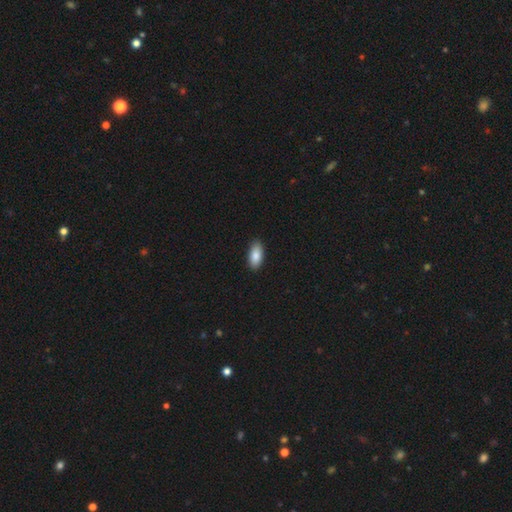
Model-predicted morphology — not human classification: Overall: smooth (87%). How rounded: in between (90%). Merging: none (89%).